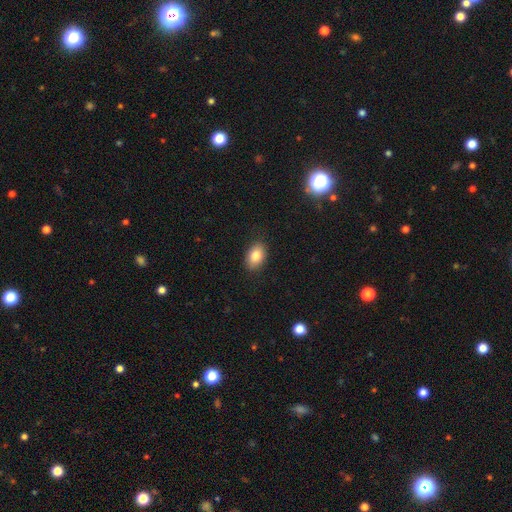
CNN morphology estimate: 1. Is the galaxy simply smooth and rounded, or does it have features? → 85% smooth, 8% featured or disk, 7% star or artifact.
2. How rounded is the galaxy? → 88% in between, 10% round, 1% cigar-shaped.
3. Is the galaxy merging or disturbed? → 87% none, 10% minor disturbance, 2% major disturbance, 1% merger.